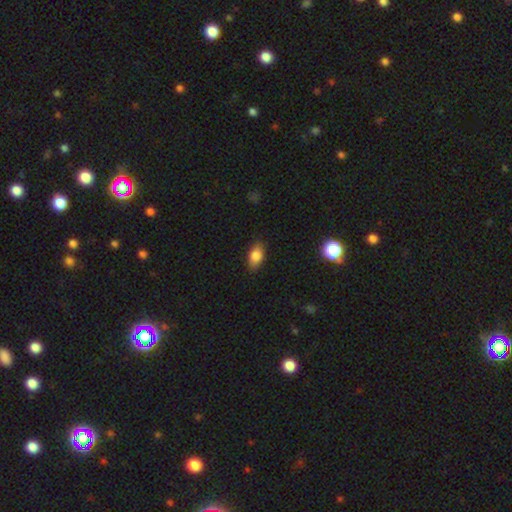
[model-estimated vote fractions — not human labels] Morphology: type=smooth (81%); roundness=in between (86%); merging=none (84%).